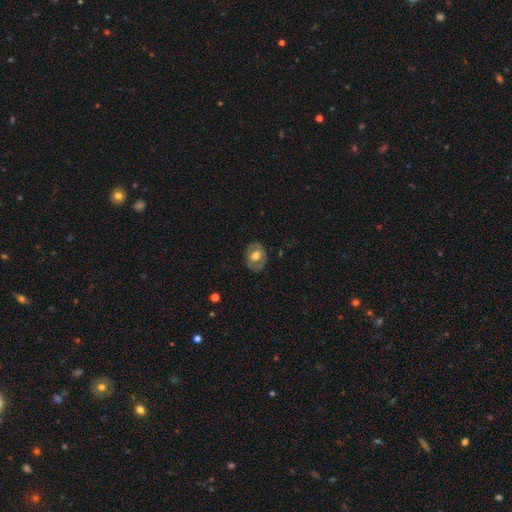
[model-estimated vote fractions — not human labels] Morphology: type=smooth (51%); roundness=in between (63%); merging=none (79%).